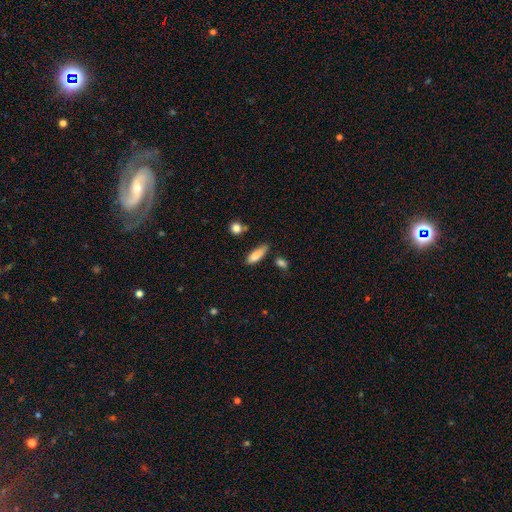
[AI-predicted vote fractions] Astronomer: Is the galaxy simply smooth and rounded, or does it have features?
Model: smooth — 84%.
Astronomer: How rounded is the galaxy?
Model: in between — 63%.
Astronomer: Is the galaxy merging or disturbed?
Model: none — 66%.